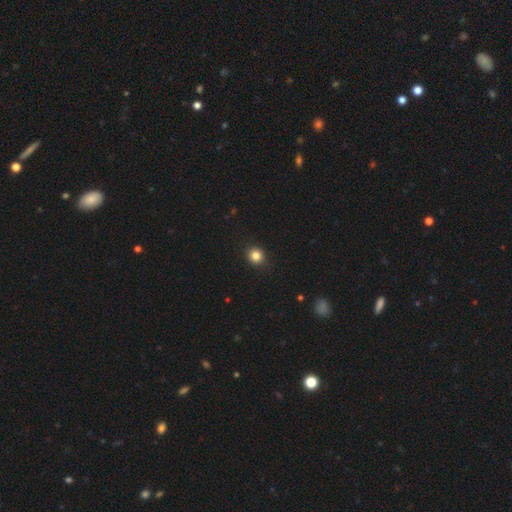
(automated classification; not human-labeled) Q: Smooth or featured?
A: smooth (84%); runner-up: star or artifact (12%)
Q: How rounded?
A: round (87%); runner-up: in between (12%)
Q: Merging?
A: none (91%); runner-up: minor disturbance (6%)